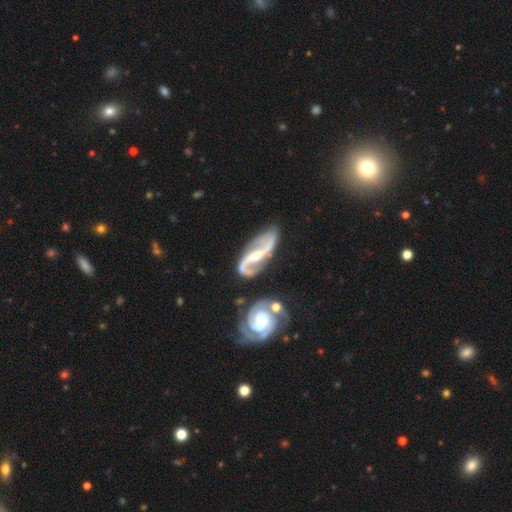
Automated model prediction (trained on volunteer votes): smooth_or_featured: featured or disk (p=0.90) [alt: smooth p=0.05]
disk_edge_on: no (p=0.95) [alt: yes p=0.05]
bar: strong (p=0.41) [alt: weak p=0.38]
has_spiral_arms: yes (p=0.97) [alt: no p=0.03]
spiral_winding: loose (p=0.51) [alt: medium p=0.38]
spiral_arm_count: 2 (p=0.93) [alt: can't tell p=0.02]
bulge_size: moderate (p=0.46) [alt: small p=0.42]
merging: none (p=0.66) [alt: minor disturbance p=0.17]